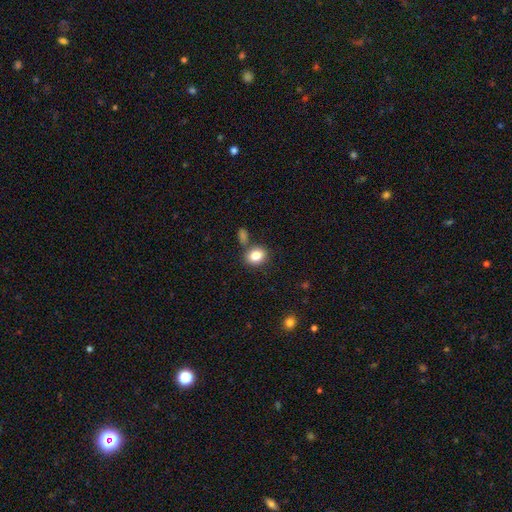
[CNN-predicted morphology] A smooth galaxy with no disk features (84%) that is in between round and cigar-shaped (52%). Merging: none (72%).